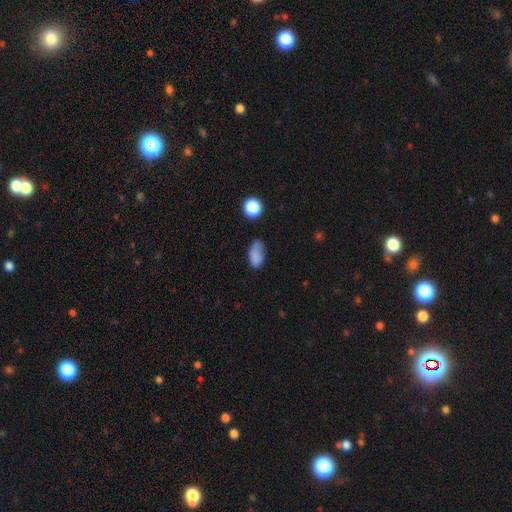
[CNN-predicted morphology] smooth_or_featured: smooth (p=0.80) [alt: star or artifact p=0.12]
how_rounded: in between (p=0.88) [alt: round p=0.09]
merging: none (p=0.50) [alt: minor disturbance p=0.32]